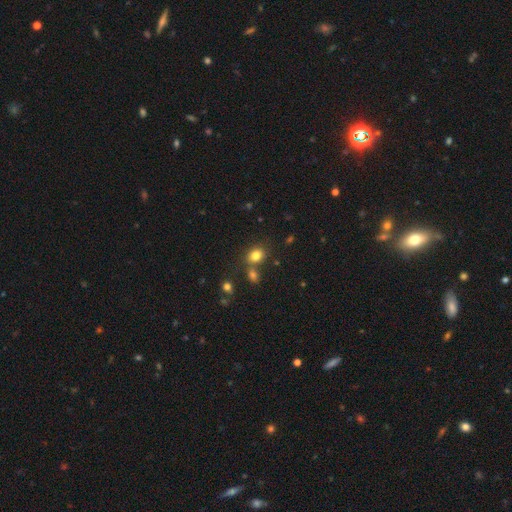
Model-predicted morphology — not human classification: Smooth or featured: smooth — 80% (star or artifact — 13%)
How rounded: in between — 49% (tied with round — 49%)
Merging: none — 63% (merger — 22%)